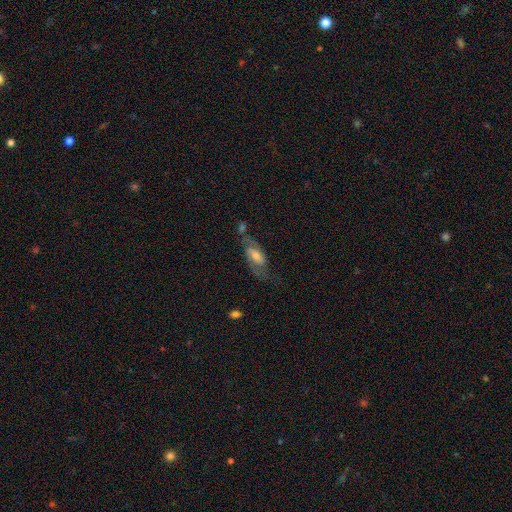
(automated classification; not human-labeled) Smooth or featured? Predicted: featured or disk (p=0.71). Edge-on disk? Predicted: no (p=0.90). Bar? Predicted: weak (p=0.44). Spiral arms? Predicted: yes (p=0.89). Spiral winding? Predicted: medium (p=0.48). Spiral arm count? Predicted: 2 (p=0.84). Bulge size? Predicted: moderate (p=0.57). Merging? Predicted: none (p=0.60).